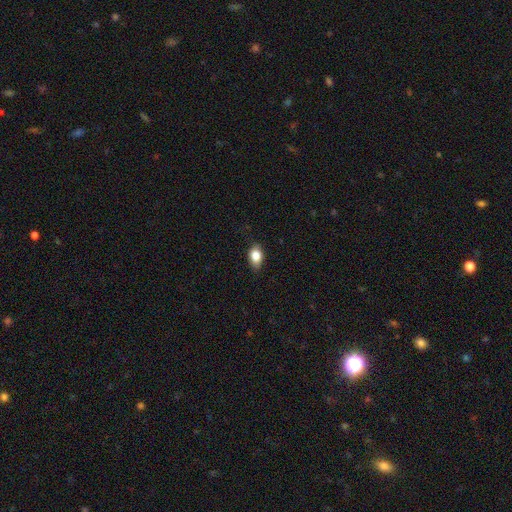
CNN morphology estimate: This appears to be a smooth galaxy with no disk features (83%) that is in between round and cigar-shaped (81%). Merging: none (78%).